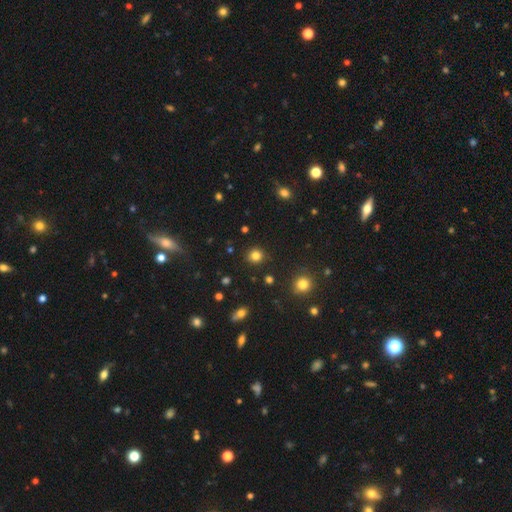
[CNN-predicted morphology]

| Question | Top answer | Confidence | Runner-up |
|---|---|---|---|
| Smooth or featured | smooth | 81% | star or artifact (14%) |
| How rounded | round | 90% | in between (9%) |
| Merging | none | 90% | minor disturbance (7%) |